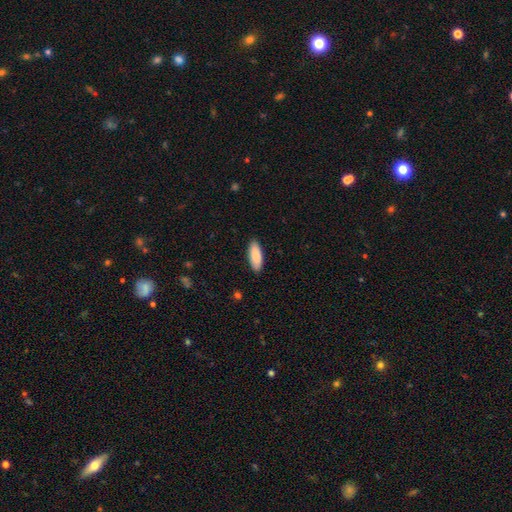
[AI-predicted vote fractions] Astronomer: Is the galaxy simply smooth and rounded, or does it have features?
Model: smooth — 87%.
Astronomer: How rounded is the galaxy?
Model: in between — 74%.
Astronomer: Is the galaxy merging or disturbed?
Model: none — 89%.